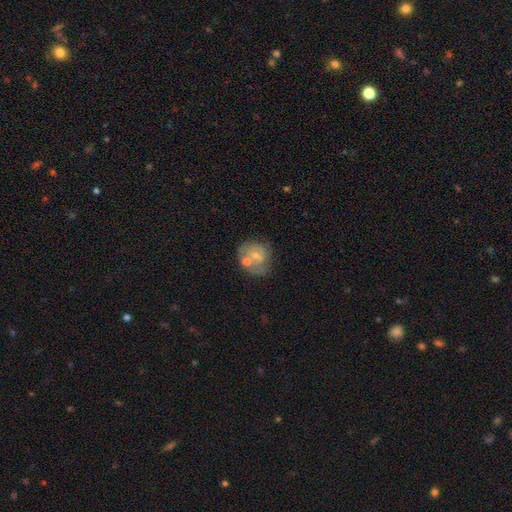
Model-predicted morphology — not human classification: A featured or disk galaxy (51%).

Vote fractions:
- Smooth or featured? featured or disk: 51% / smooth: 36% / star or artifact: 13%
- Edge-on disk? no: 97% / yes: 3%
- Merging? none: 58% / merger: 18% / minor disturbance: 17% / major disturbance: 8%